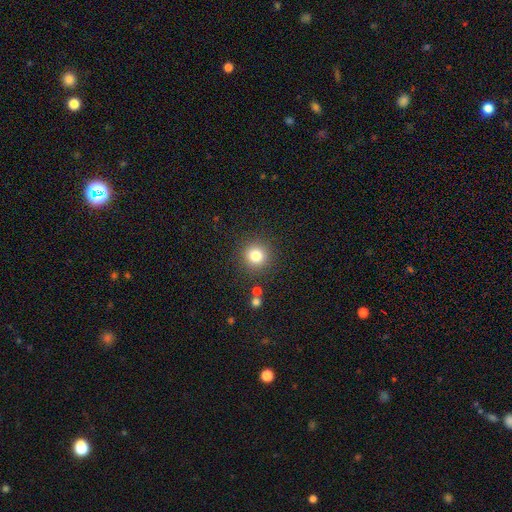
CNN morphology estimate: Smooth or featured? smooth (81%)
How rounded? round (93%)
Merging? none (87%)